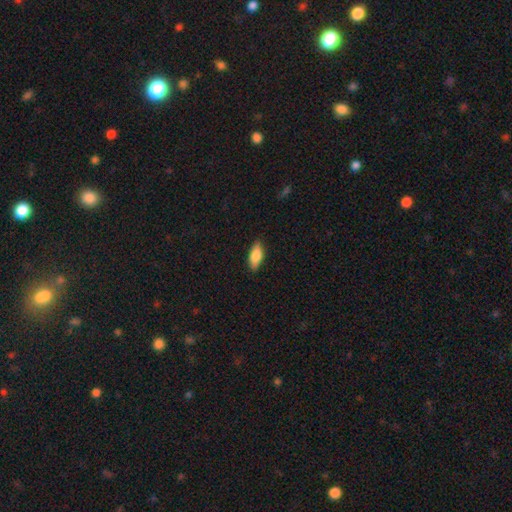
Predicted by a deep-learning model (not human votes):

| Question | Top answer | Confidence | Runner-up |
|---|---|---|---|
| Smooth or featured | smooth | 81% | featured or disk (13%) |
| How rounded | in between | 80% | cigar-shaped (18%) |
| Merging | none | 85% | minor disturbance (11%) |